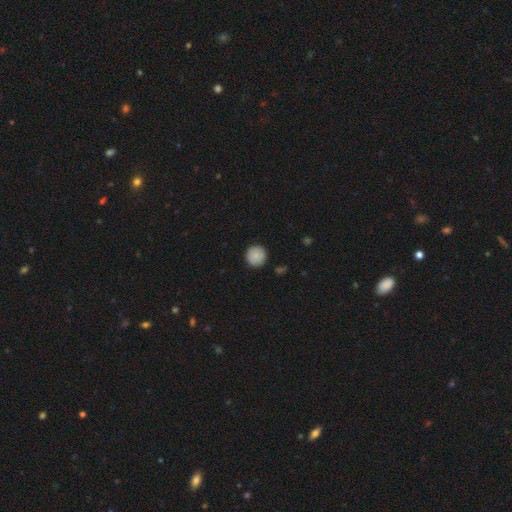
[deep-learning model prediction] smooth 88%, star or artifact 7%, featured or disk 5%. Down the decision tree: how rounded — round (95%); merging — none (91%).